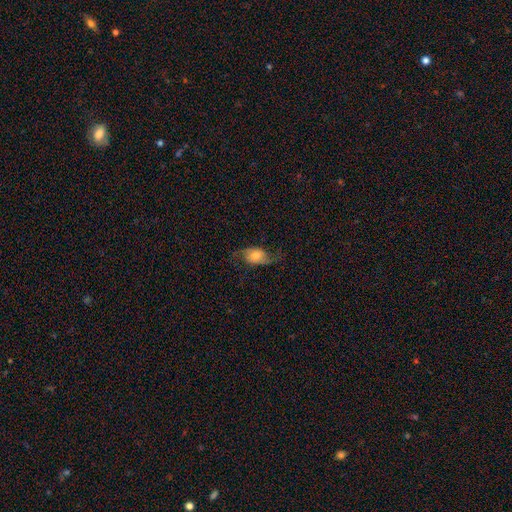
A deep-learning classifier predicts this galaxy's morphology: smooth_or_featured: featured or disk (p=0.58) [alt: smooth p=0.33]
disk_edge_on: no (p=0.92) [alt: yes p=0.08]
bar: no (p=0.64) [alt: weak p=0.28]
has_spiral_arms: yes (p=0.89) [alt: no p=0.11]
bulge_size: moderate (p=0.45) [alt: small p=0.28]
merging: none (p=0.65) [alt: minor disturbance p=0.19]